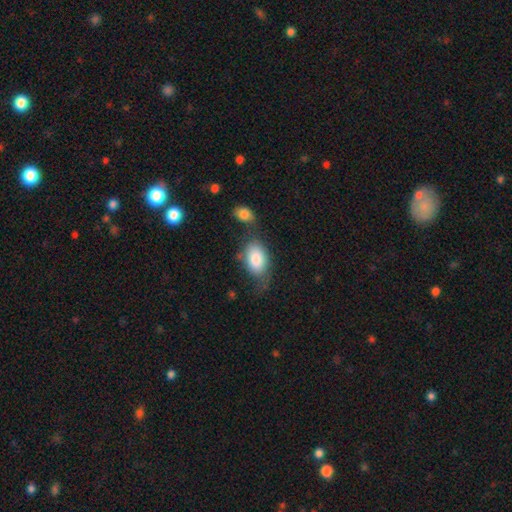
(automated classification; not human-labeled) The model was most divided on "merging": none: 47%, minor disturbance: 24%, merger: 17%, major disturbance: 11%. More confident: how rounded — in between (90%); smooth or featured — smooth (82%).